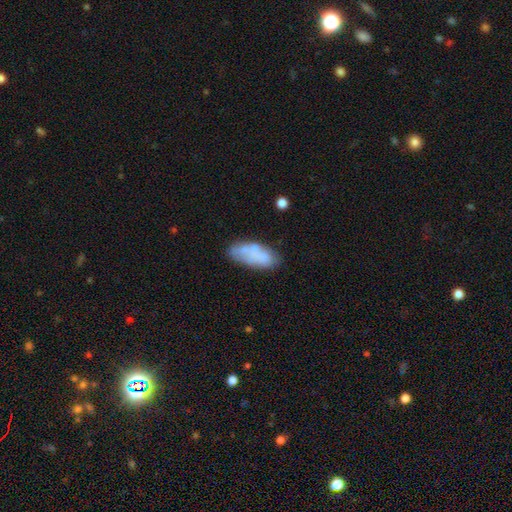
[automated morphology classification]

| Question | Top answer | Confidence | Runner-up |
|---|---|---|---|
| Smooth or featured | smooth | 65% | featured or disk (27%) |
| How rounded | in between | 84% | cigar-shaped (13%) |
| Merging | none | 57% | minor disturbance (22%) |